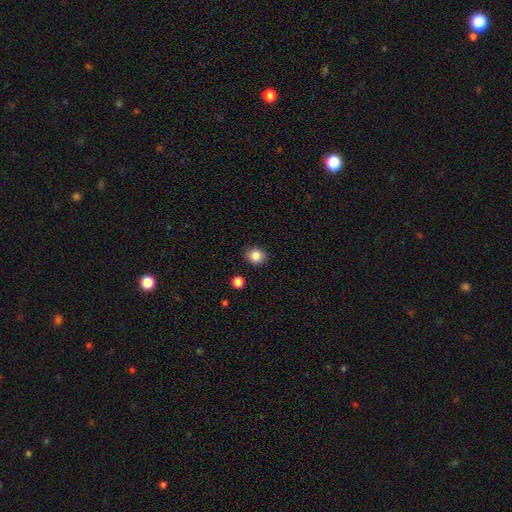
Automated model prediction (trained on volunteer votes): The model was most divided on "how rounded": round: 66%, in between: 33%, cigar-shaped: 1%. More confident: merging — none (88%); smooth or featured — smooth (84%).